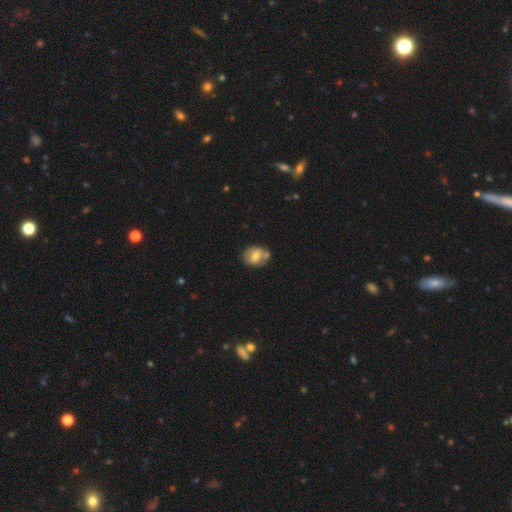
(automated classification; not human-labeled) Smooth or featured? smooth (67%)
How rounded? round (60%)
Merging? none (59%)